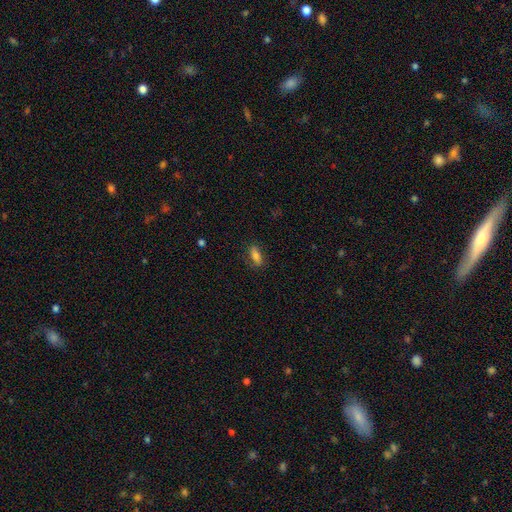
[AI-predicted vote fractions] smooth_or_featured: smooth (p=0.79) [alt: featured or disk p=0.12]
how_rounded: in between (p=0.72) [alt: cigar-shaped p=0.24]
merging: none (p=0.80) [alt: minor disturbance p=0.15]